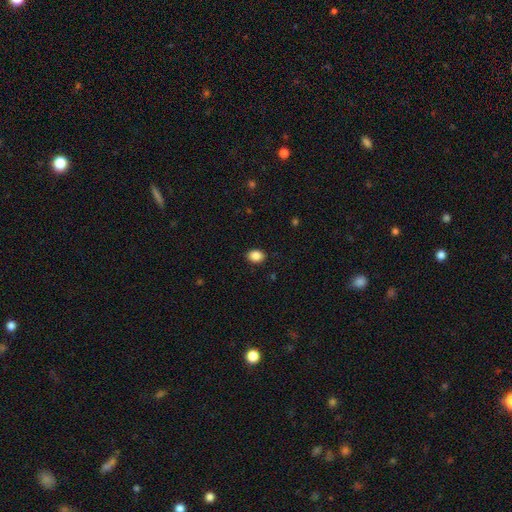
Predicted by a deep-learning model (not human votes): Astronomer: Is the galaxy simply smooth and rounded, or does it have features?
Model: smooth — 88%.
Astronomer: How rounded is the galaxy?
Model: in between — 69%.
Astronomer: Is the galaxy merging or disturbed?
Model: none — 89%.